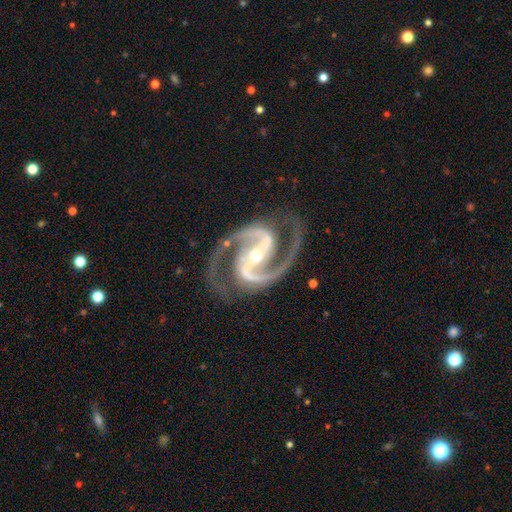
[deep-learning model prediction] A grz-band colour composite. It shows a featured or disk galaxy (94%) with a strong bar (70%), 2 (94%) medium (67%) spiral arms (99%) and a small central bulge (49%). Merging: none (81%).